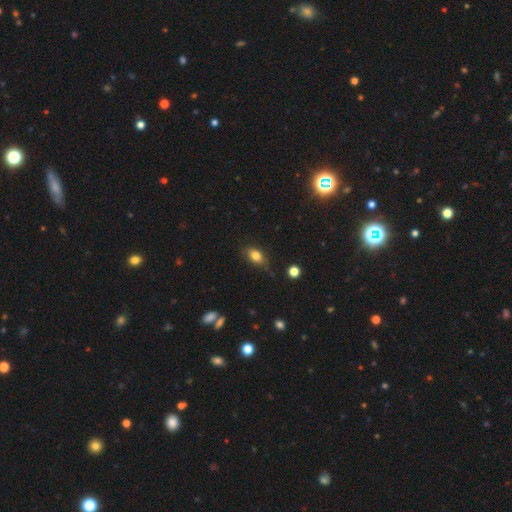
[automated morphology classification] A smooth galaxy with no disk features (80%) that is in between round and cigar-shaped (78%).

Vote fractions:
- Smooth or featured? smooth: 80% / star or artifact: 10% / featured or disk: 10%
- How rounded? in between: 78% / round: 18% / cigar-shaped: 4%
- Merging? none: 69% / minor disturbance: 24% / major disturbance: 5% / merger: 2%